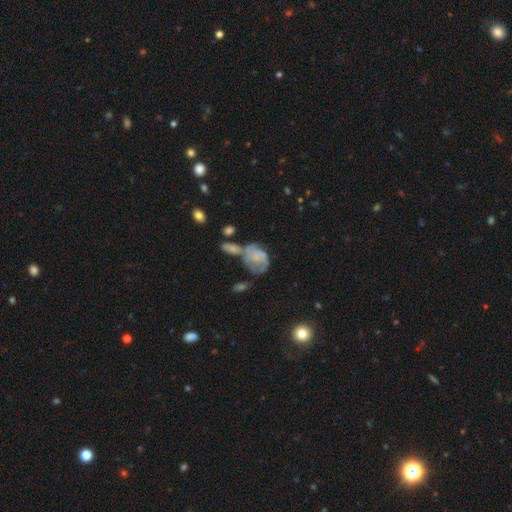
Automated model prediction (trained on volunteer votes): smooth_or_featured: featured or disk (p=0.53) [alt: smooth p=0.38]
disk_edge_on: no (p=0.97) [alt: yes p=0.03]
bar: no (p=0.77) [alt: weak p=0.19]
has_spiral_arms: yes (p=0.65) [alt: no p=0.35]
bulge_size: small (p=0.43) [alt: none p=0.37]
merging: merger (p=0.30) [alt: none p=0.27]